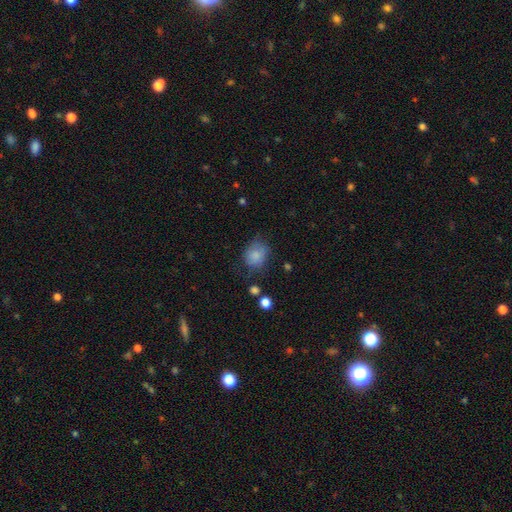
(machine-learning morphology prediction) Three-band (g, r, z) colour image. It shows a smooth galaxy with no disk features (80%) that is round (59%). Merging: none (56%).